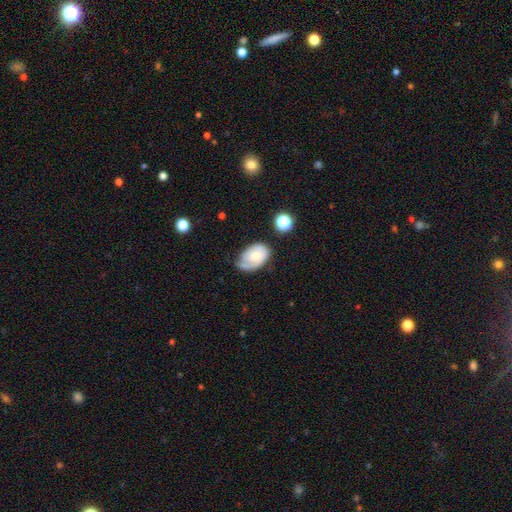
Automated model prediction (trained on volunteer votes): smooth_or_featured: featured or disk (p=0.51) [alt: smooth p=0.42]
disk_edge_on: no (p=0.95) [alt: yes p=0.05]
merging: none (p=0.48) [alt: minor disturbance p=0.33]